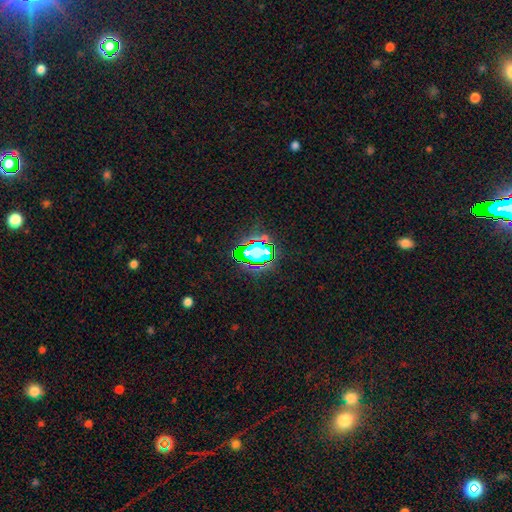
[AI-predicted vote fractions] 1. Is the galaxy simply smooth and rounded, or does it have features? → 74% star or artifact, 17% smooth, 10% featured or disk.